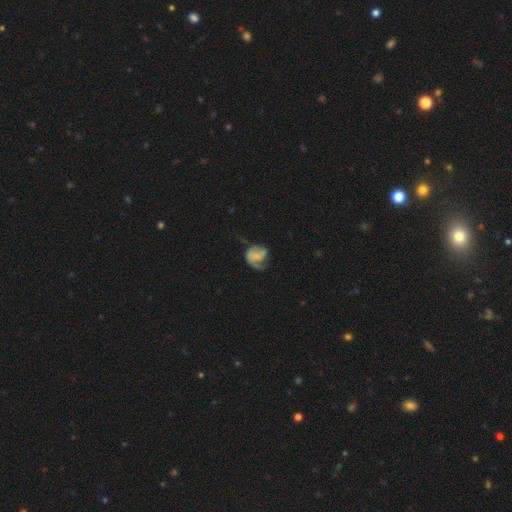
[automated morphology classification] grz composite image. It shows a featured or disk galaxy (54%) with no bar (58%), spiral arms (85%) and no central bulge (40%). Merging: none (42%).